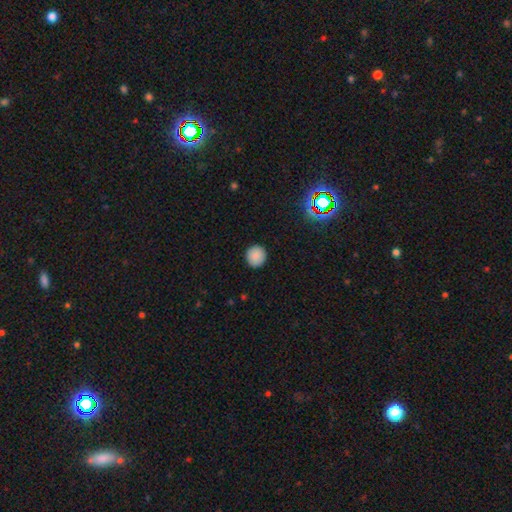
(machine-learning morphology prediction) Smooth or featured?
  - smooth: 86% *
  - star or artifact: 9%
  - featured or disk: 4%
How rounded?
  - round: 93% *
  - in between: 6%
  - cigar-shaped: 1%
Merging?
  - none: 92% *
  - minor disturbance: 6%
  - major disturbance: 2%
  - merger: 1%